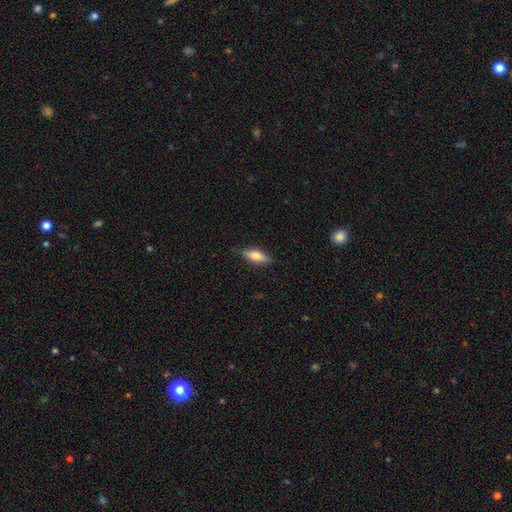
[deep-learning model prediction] This appears to be a smooth galaxy with no disk features (69%) that is in between round and cigar-shaped (59%). Merging: none (83%).